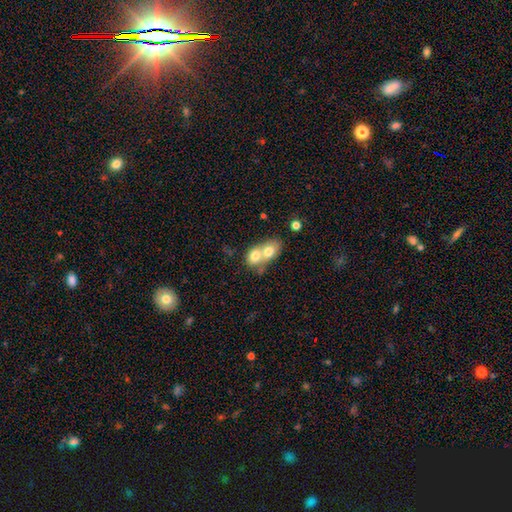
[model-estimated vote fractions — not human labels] Smooth or featured?
  - smooth: 71% *
  - featured or disk: 21%
  - star or artifact: 8%
How rounded?
  - in between: 57% *
  - round: 41%
  - cigar-shaped: 1%
Merging?
  - merger: 78% *
  - none: 14%
  - minor disturbance: 5%
  - major disturbance: 3%